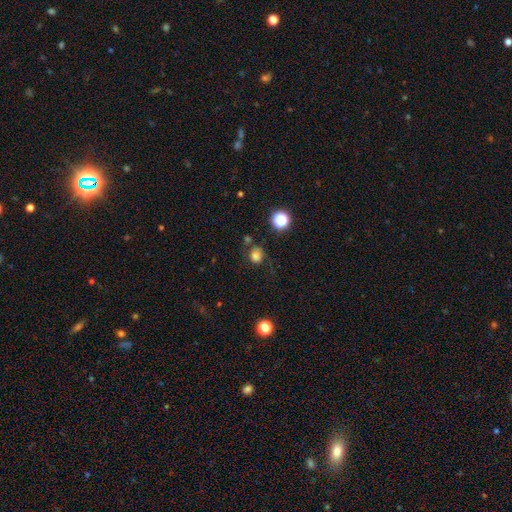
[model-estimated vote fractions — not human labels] A smooth galaxy with no disk features (76%) that is round (72%).

Vote fractions:
- Smooth or featured? smooth: 76% / star or artifact: 17% / featured or disk: 7%
- How rounded? round: 72% / in between: 27% / cigar-shaped: 1%
- Merging? none: 68% / minor disturbance: 17% / merger: 8% / major disturbance: 7%